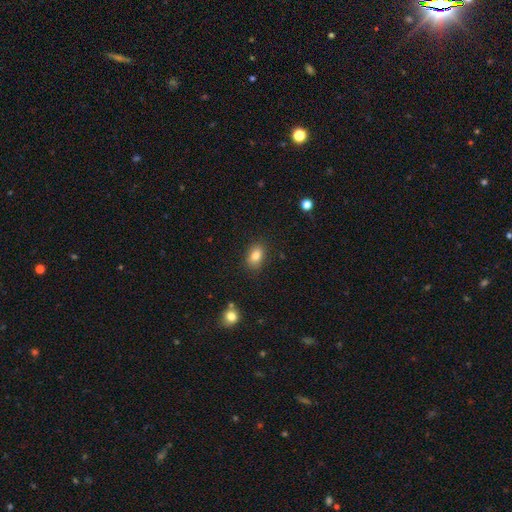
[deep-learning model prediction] smooth 82%, star or artifact 9%, featured or disk 9%. Down the decision tree: how rounded — in between (84%); merging — none (85%).